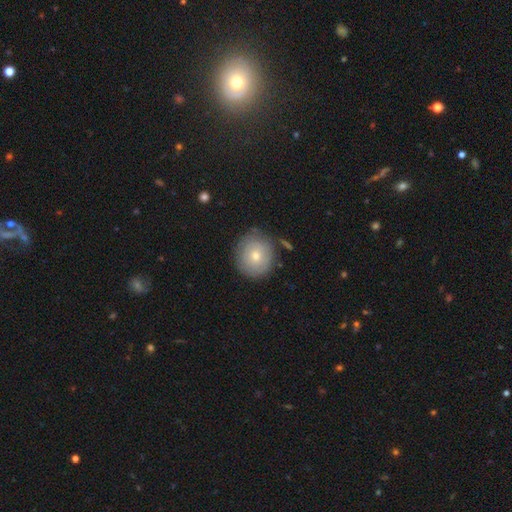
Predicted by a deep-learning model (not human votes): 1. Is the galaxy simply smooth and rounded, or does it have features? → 68% smooth, 22% featured or disk, 10% star or artifact.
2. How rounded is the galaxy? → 81% round, 18% in between, 1% cigar-shaped.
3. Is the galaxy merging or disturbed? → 81% none, 14% minor disturbance, 3% major disturbance, 2% merger.